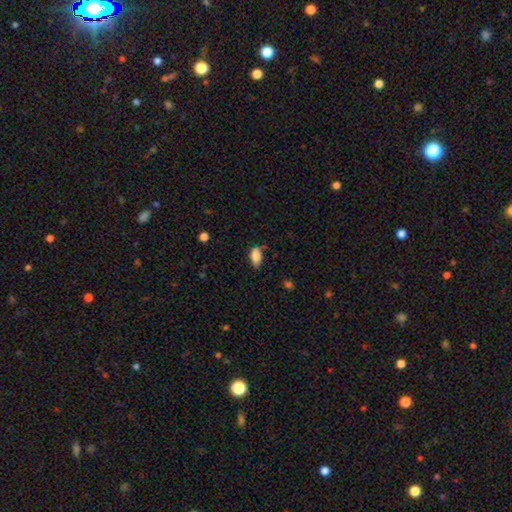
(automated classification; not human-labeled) This is clearly a smooth galaxy (84%). How rounded: clearly in between (91%). Merging: likely none (66%).